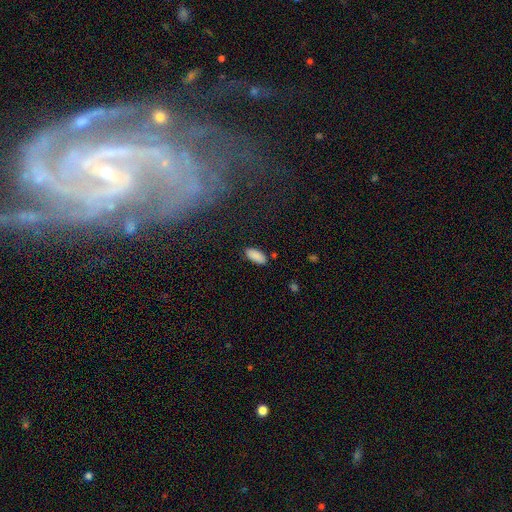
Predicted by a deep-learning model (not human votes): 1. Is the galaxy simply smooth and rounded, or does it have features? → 89% smooth, 7% star or artifact, 4% featured or disk.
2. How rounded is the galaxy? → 86% in between, 13% cigar-shaped, 2% round.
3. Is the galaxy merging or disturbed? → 85% none, 10% minor disturbance, 2% major disturbance, 2% merger.